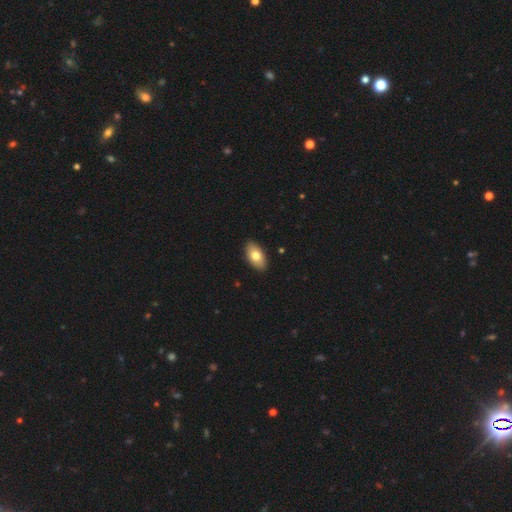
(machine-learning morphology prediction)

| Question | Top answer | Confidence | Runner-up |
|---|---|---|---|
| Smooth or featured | smooth | 78% | featured or disk (16%) |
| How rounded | in between | 94% | round (4%) |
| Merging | none | 90% | minor disturbance (8%) |